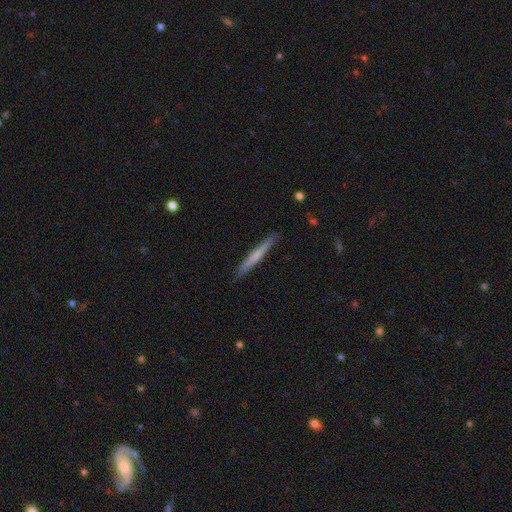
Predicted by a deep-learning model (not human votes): The model was most divided on "smooth or featured": smooth: 57%, featured or disk: 38%, star or artifact: 5%. More confident: how rounded — cigar-shaped (97%); merging — none (91%).